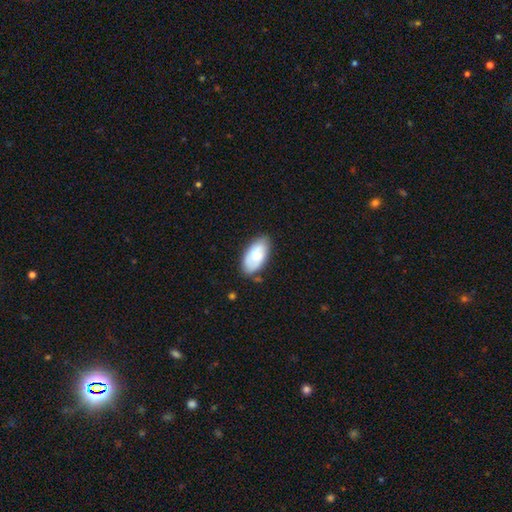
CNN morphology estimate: smooth_or_featured: smooth (p=0.72) [alt: featured or disk p=0.21]
how_rounded: in between (p=0.95) [alt: cigar-shaped p=0.03]
merging: none (p=0.77) [alt: minor disturbance p=0.18]